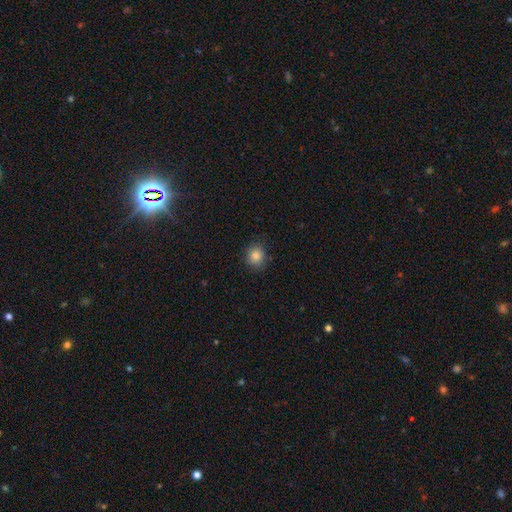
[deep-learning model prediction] This appears to be a smooth galaxy with no disk features (85%) that is round (81%). Merging: none (84%).